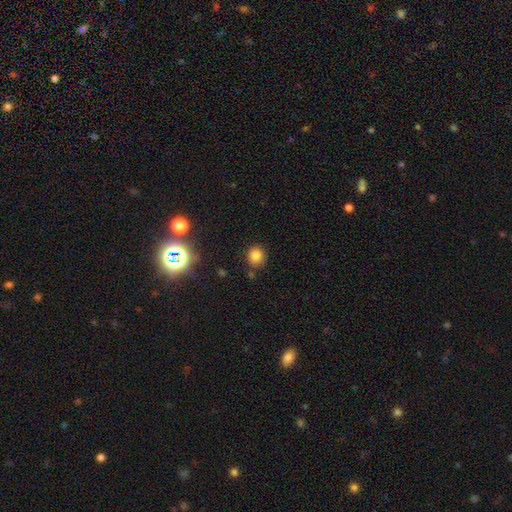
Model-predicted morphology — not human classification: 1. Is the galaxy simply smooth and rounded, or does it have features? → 80% smooth, 15% star or artifact, 6% featured or disk.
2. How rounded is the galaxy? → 85% round, 14% in between, 1% cigar-shaped.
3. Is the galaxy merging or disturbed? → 83% none, 10% minor disturbance, 5% merger, 3% major disturbance.